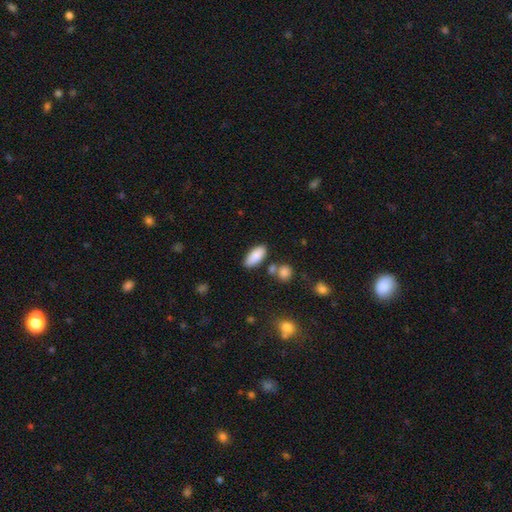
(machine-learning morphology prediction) smooth-or-featured: smooth: 86% | featured or disk: 7% | star or artifact: 7%
  how-rounded: in between: 85% | cigar-shaped: 12% | round: 2%
  merging: none: 76% | minor disturbance: 12% | merger: 8% | major disturbance: 3%